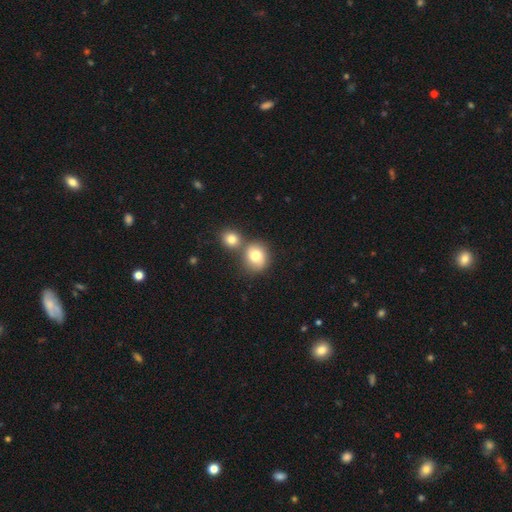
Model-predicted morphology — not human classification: This appears to be a smooth galaxy with no disk features (77%) that is round (77%). Merging: none (50%).